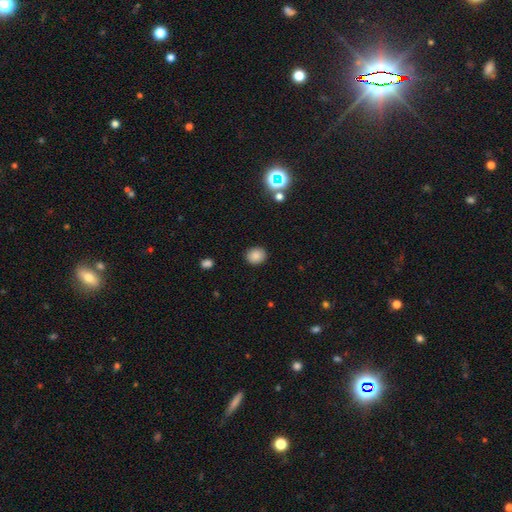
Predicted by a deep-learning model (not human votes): The model was most divided on "how rounded": round: 65%, in between: 34%, cigar-shaped: 1%. More confident: merging — none (89%); smooth or featured — smooth (85%).